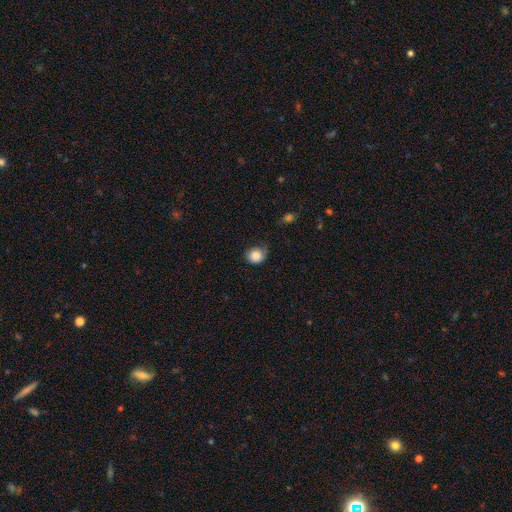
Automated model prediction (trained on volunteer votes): Smooth or featured?
  - smooth: 86% *
  - star or artifact: 8%
  - featured or disk: 6%
How rounded?
  - round: 75% *
  - in between: 24%
  - cigar-shaped: 1%
Merging?
  - none: 57% *
  - minor disturbance: 32%
  - major disturbance: 9%
  - merger: 2%